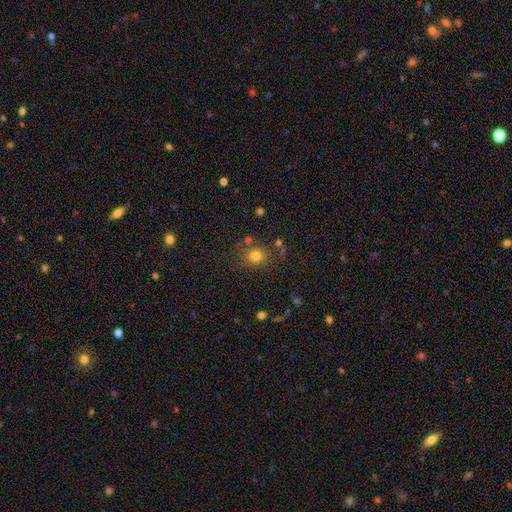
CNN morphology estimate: Smooth or featured: smooth — 77% (star or artifact — 15%)
How rounded: round — 82% (in between — 17%)
Merging: none — 74% (minor disturbance — 12%)